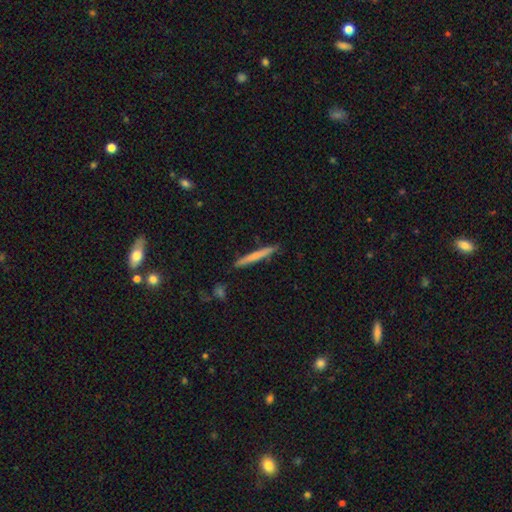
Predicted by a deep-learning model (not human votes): smooth_or_featured: smooth (p=0.65) [alt: featured or disk p=0.29]
how_rounded: cigar-shaped (p=0.96) [alt: in between p=0.02]
merging: none (p=0.88) [alt: minor disturbance p=0.08]